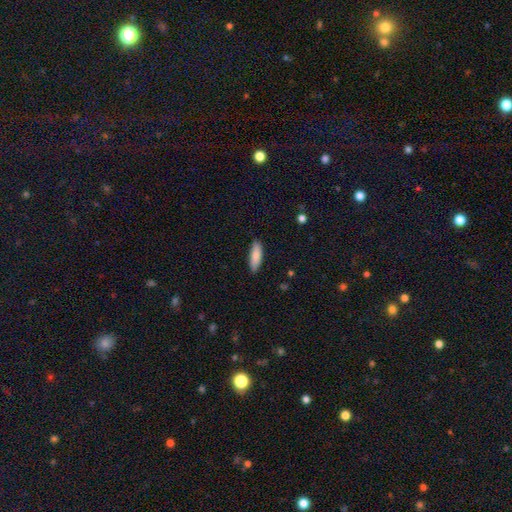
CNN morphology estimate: A smooth galaxy with no disk features (83%) that is cigar-shaped (49%, tied with in between).

Vote fractions:
- Smooth or featured? smooth: 83% / featured or disk: 11% / star or artifact: 6%
- How rounded? cigar-shaped: 49% (tied) / in between: 49% (tied) / round: 2%
- Merging? none: 86% / minor disturbance: 11% / major disturbance: 2% / merger: 1%